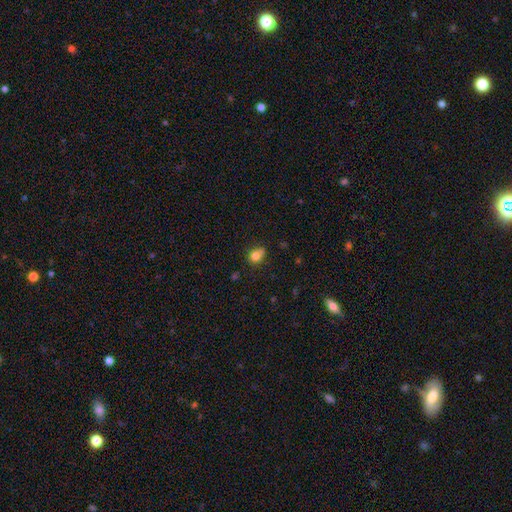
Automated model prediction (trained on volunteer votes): smooth-or-featured: smooth: 78% | star or artifact: 12% | featured or disk: 9%
  how-rounded: round: 77% | in between: 22% | cigar-shaped: 1%
  merging: none: 56% | merger: 24% | minor disturbance: 15% | major disturbance: 5%